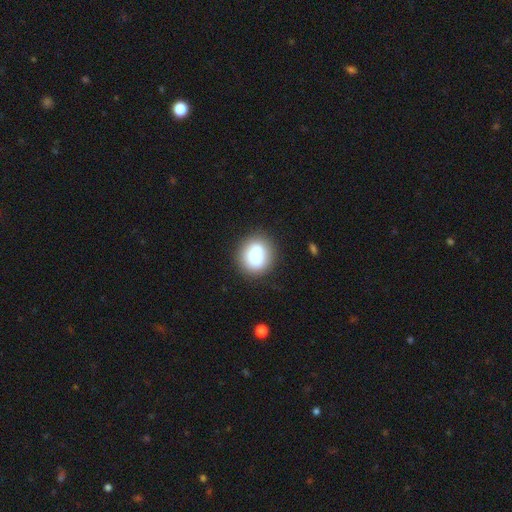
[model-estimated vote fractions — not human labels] The model was most divided on "how rounded": round: 71%, in between: 27%, cigar-shaped: 1%. More confident: smooth or featured — smooth (79%); merging — none (67%).